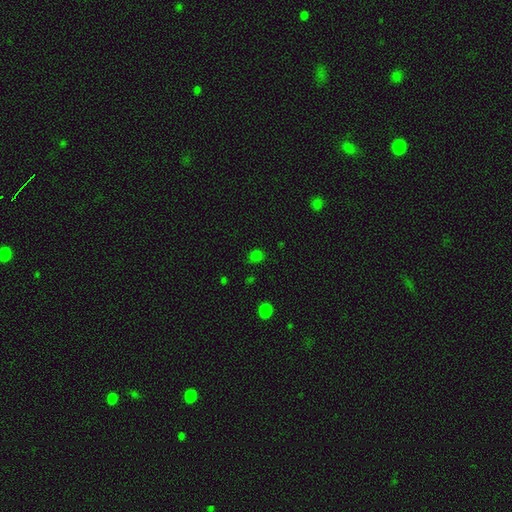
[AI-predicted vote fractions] Smooth or featured?
  - smooth: 72% *
  - star or artifact: 24%
  - featured or disk: 4%
How rounded?
  - round: 66% *
  - in between: 32%
  - cigar-shaped: 1%
Merging?
  - none: 81% *
  - minor disturbance: 13%
  - major disturbance: 4%
  - merger: 2%